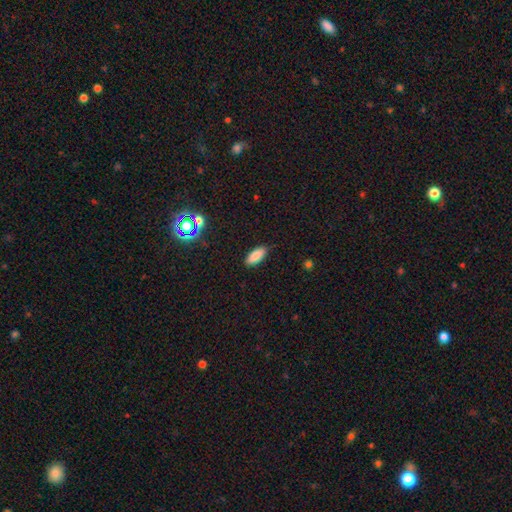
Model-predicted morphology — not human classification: A smooth galaxy with no disk features (84%) that is in between round and cigar-shaped (83%). Merging: none (85%).